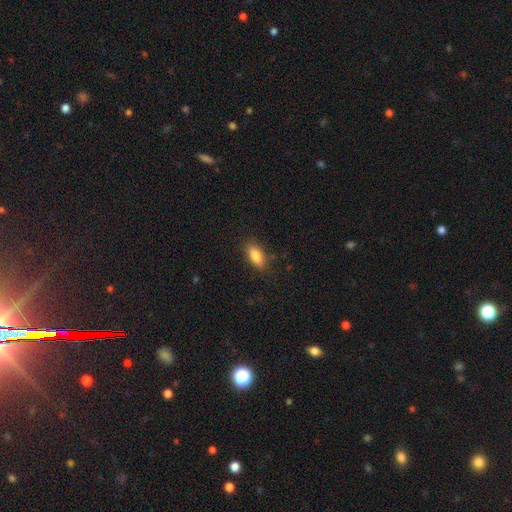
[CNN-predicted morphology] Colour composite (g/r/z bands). It shows a smooth galaxy with no disk features (83%) that is in between round and cigar-shaped (80%). Merging: none (83%).